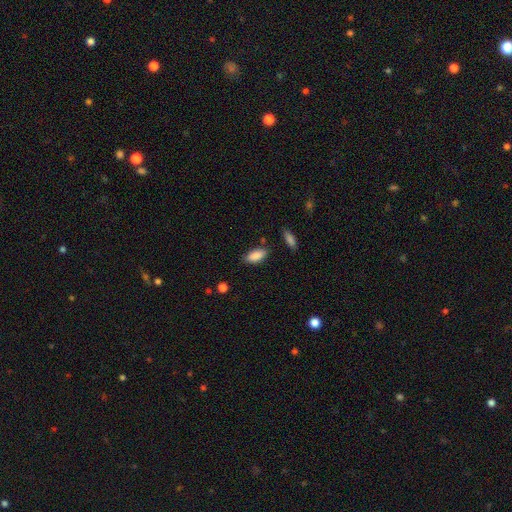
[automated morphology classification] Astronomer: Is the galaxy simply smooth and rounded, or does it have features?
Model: smooth — 88%.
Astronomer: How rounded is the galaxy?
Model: in between — 88%.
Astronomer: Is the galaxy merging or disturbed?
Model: none — 80%.